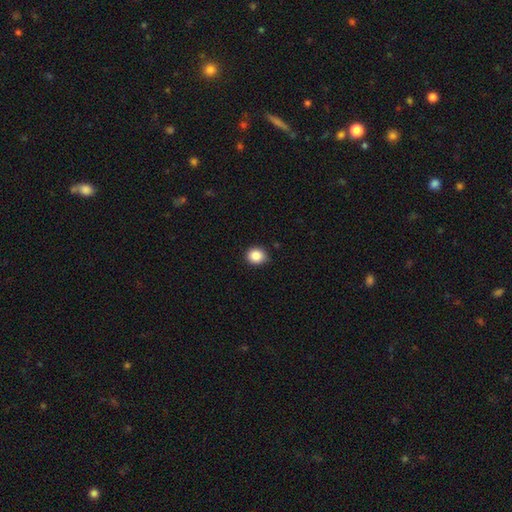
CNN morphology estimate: Q: Smooth or featured?
A: smooth (86%); runner-up: star or artifact (10%)
Q: How rounded?
A: round (78%); runner-up: in between (21%)
Q: Merging?
A: none (84%); runner-up: minor disturbance (13%)